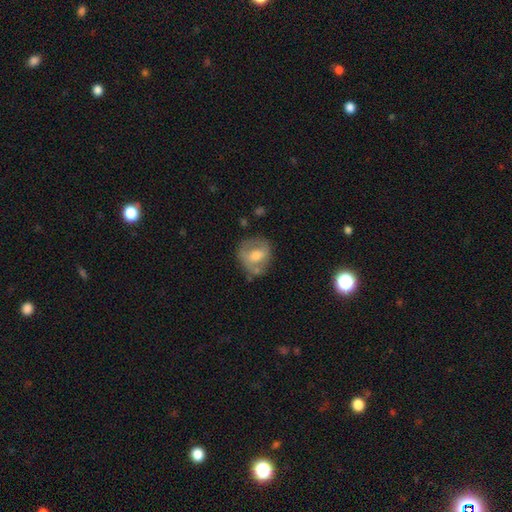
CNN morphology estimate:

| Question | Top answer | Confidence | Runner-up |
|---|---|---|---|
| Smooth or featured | smooth | 52% | featured or disk (41%) |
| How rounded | round | 70% | in between (29%) |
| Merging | none | 54% | minor disturbance (26%) |